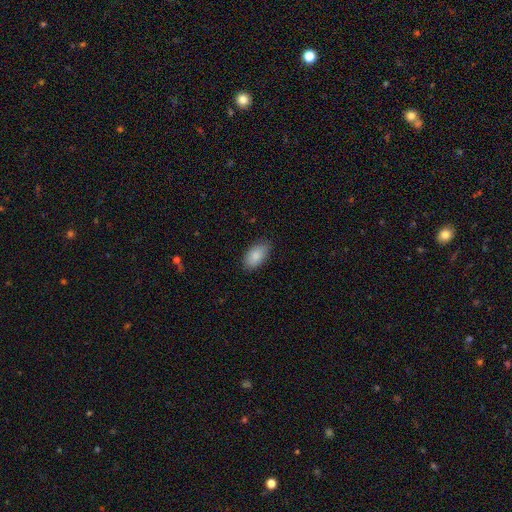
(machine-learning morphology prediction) Smooth or featured: smooth — 86% (featured or disk — 7%)
How rounded: in between — 94% (round — 3%)
Merging: none — 84% (minor disturbance — 13%)